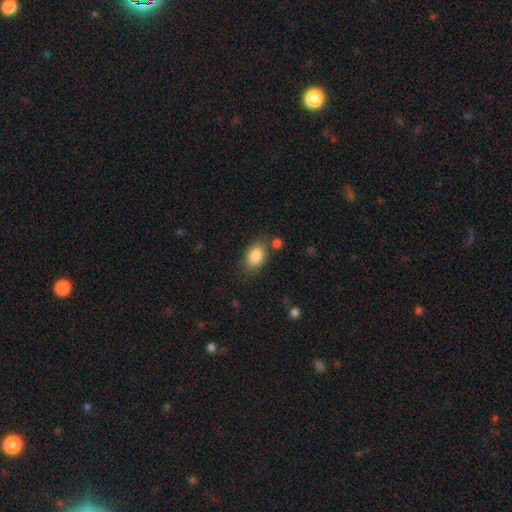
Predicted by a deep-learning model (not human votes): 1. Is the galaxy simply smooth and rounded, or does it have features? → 85% smooth, 8% star or artifact, 7% featured or disk.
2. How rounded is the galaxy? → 83% in between, 15% round, 2% cigar-shaped.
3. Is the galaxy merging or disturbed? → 74% none, 15% minor disturbance, 7% merger, 4% major disturbance.